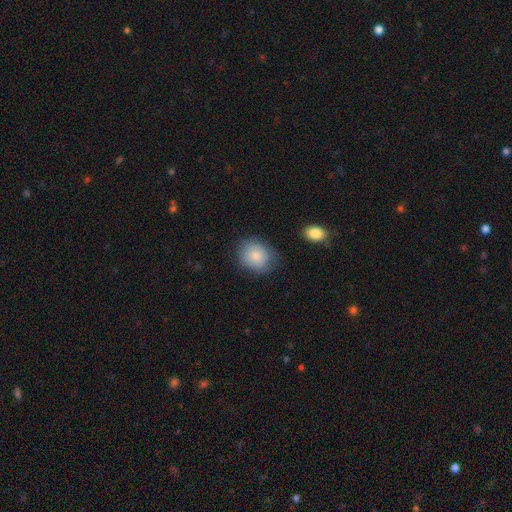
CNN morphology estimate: This is clearly a smooth galaxy (85%). How rounded: likely round (66%). Merging: likely none (75%).